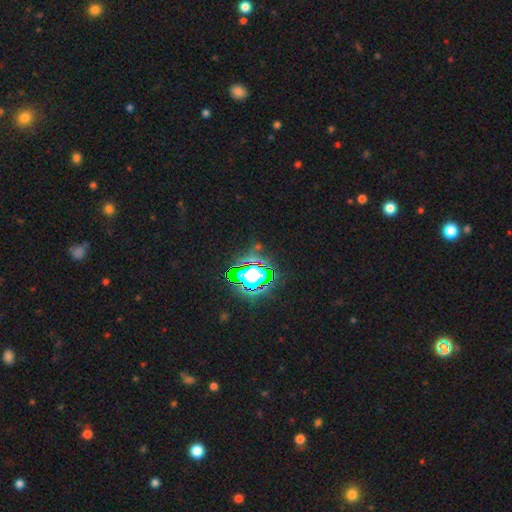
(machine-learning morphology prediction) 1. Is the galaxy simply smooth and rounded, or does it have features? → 80% star or artifact, 11% smooth, 9% featured or disk.